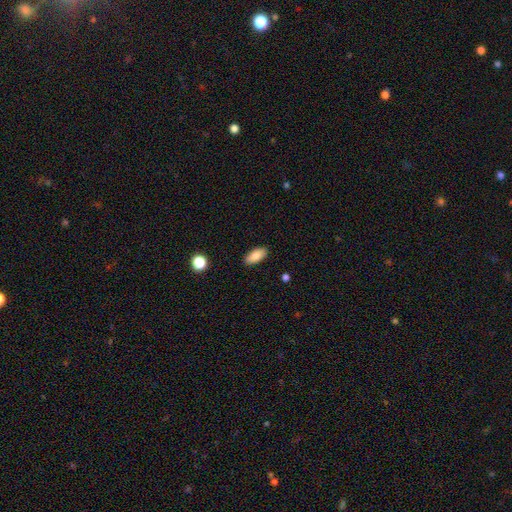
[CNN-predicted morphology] Smooth or featured? Predicted: smooth (p=0.84). How rounded? Predicted: in between (p=0.88). Merging? Predicted: none (p=0.88).